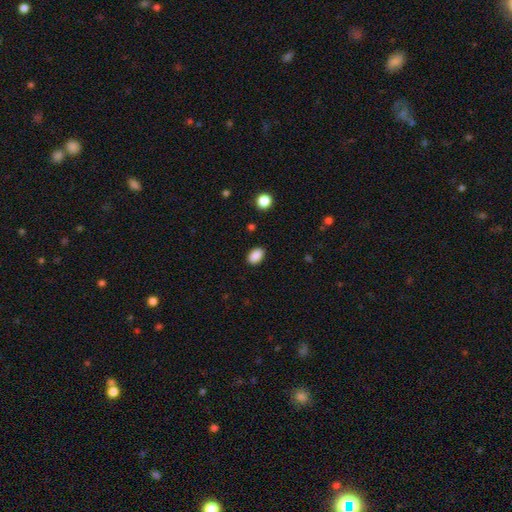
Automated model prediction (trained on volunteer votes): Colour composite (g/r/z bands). It shows a smooth galaxy with no disk features (89%) that is in between round and cigar-shaped (83%). Merging: none (88%).